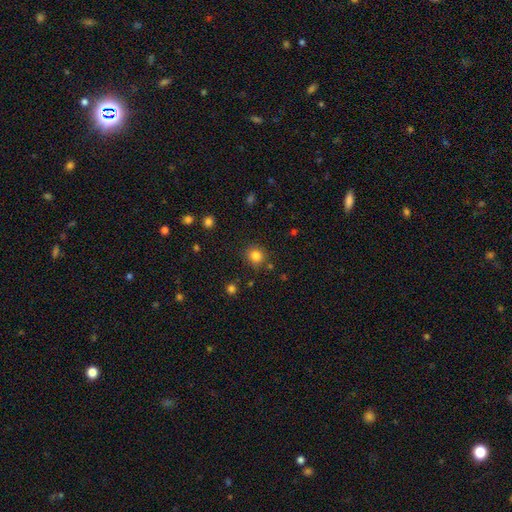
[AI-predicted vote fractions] This is clearly a smooth galaxy (83%). How rounded: clearly round (87%). Merging: clearly none (85%).